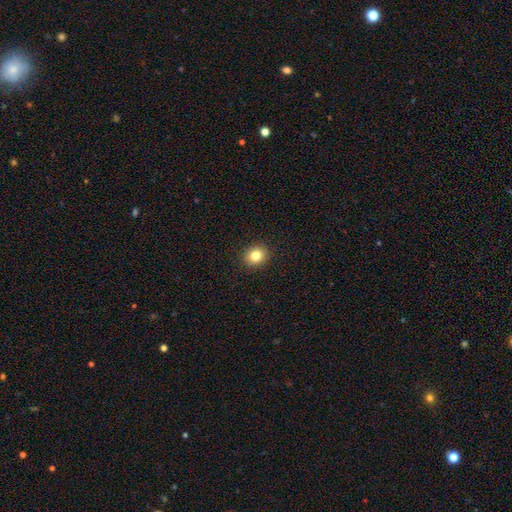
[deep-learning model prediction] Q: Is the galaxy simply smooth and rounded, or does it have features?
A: smooth — 83%.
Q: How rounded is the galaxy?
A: round — 69%.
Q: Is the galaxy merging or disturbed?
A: none — 92%.